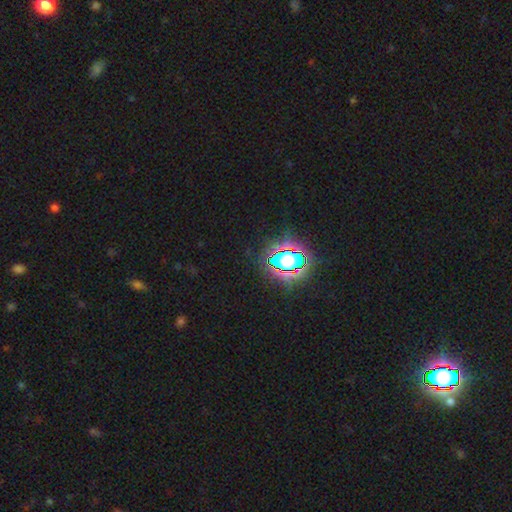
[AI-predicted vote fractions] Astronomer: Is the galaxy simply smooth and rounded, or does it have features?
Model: star or artifact — 79%.